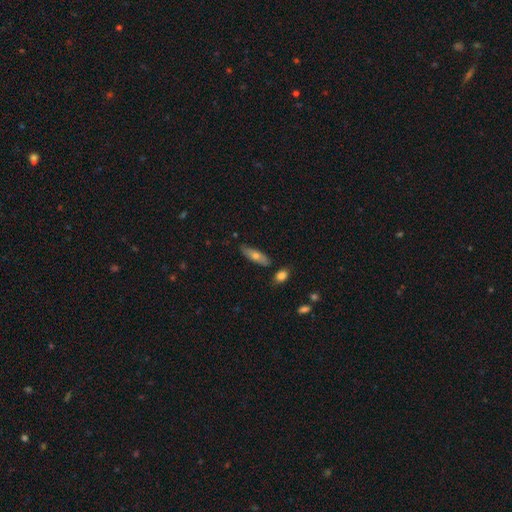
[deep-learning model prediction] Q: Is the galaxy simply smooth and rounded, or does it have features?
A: smooth — 63%.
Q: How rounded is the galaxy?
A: in between — 50%.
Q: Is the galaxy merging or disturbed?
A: none — 76%.